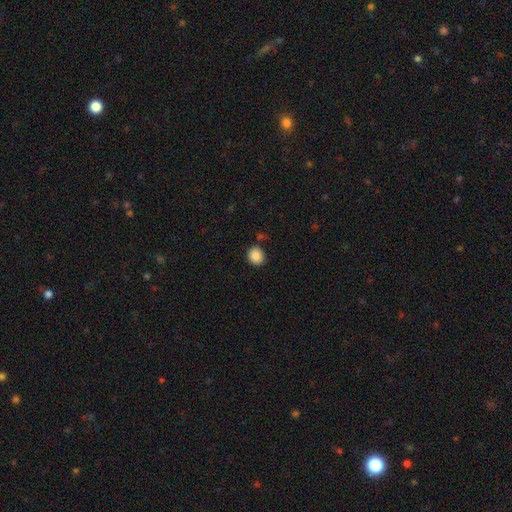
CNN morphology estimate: A smooth galaxy with no disk features (88%) that is round (80%).

Vote fractions:
- Smooth or featured? smooth: 88% / star or artifact: 9% / featured or disk: 3%
- How rounded? round: 80% / in between: 19% / cigar-shaped: 1%
- Merging? none: 83% / minor disturbance: 10% / merger: 4% / major disturbance: 3%